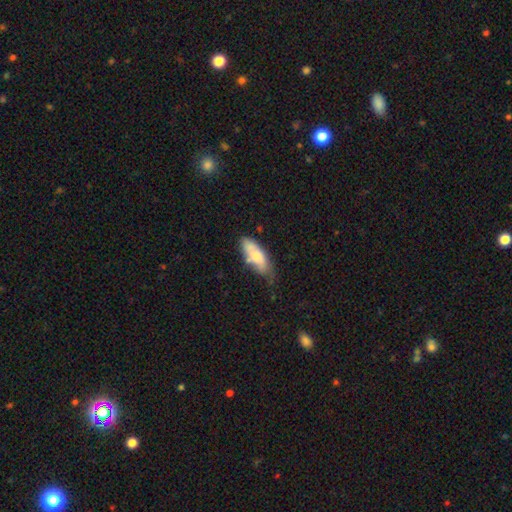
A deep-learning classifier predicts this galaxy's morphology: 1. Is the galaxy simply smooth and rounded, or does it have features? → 67% smooth, 27% featured or disk, 6% star or artifact.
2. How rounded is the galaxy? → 74% in between, 24% cigar-shaped, 2% round.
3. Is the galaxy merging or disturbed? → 49% none, 33% minor disturbance, 9% major disturbance, 9% merger.